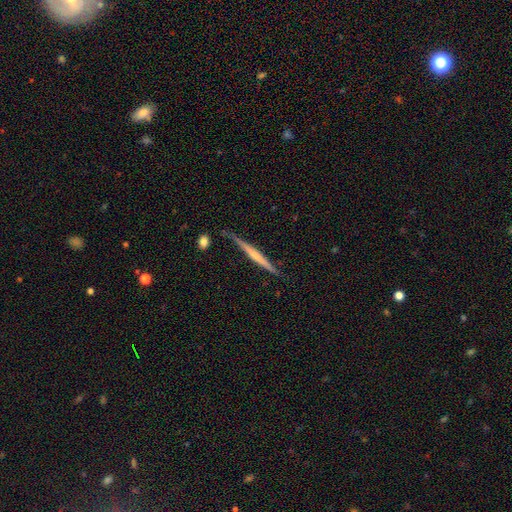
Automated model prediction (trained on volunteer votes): A featured or disk galaxy (59%) viewed edge-on (97%) with no central bulge (64%).

Vote fractions:
- Smooth or featured? featured or disk: 59% / smooth: 36% / star or artifact: 5%
- Edge-on disk? yes: 97% / no: 3%
- Edge-on bulge? none: 64% / rounded: 26% / boxy: 11%
- Merging? none: 78% / minor disturbance: 15% / merger: 3% / major disturbance: 3%